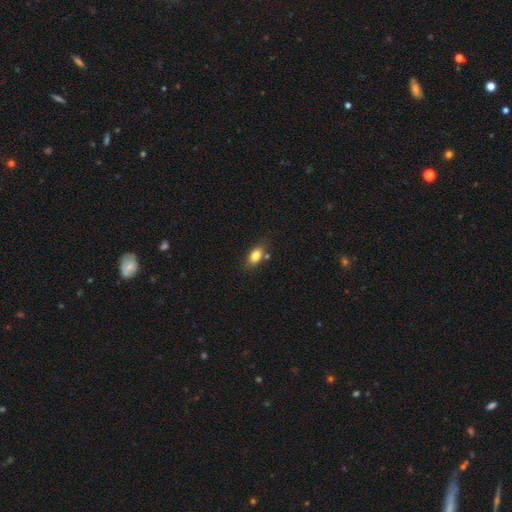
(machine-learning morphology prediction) The model was most divided on "merging": none: 72%, minor disturbance: 15%, merger: 9%, major disturbance: 4%. More confident: how rounded — in between (85%); smooth or featured — smooth (83%).